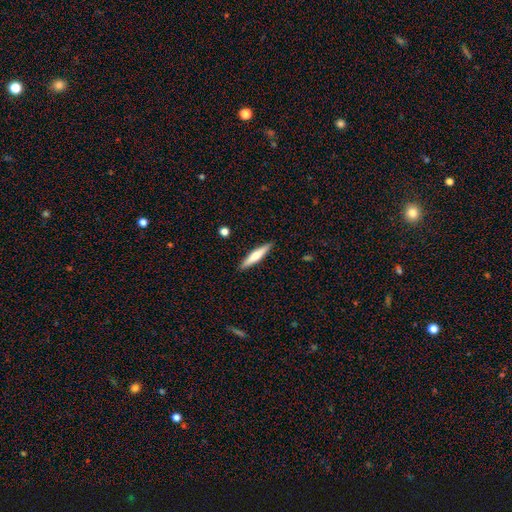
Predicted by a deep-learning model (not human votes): Overall: smooth (56%; featured or disk 39%). How rounded: cigar-shaped (88%). Merging: none (90%).